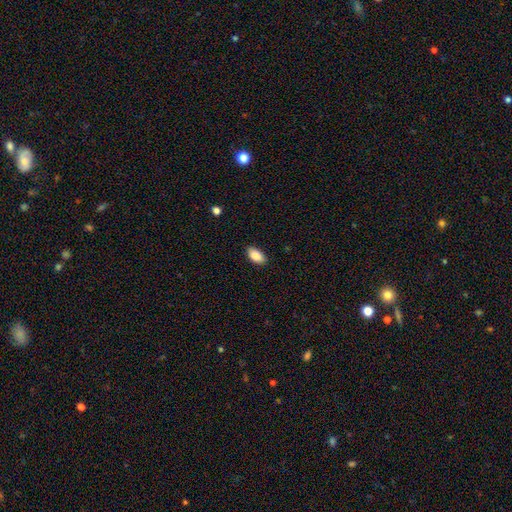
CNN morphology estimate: Q: Smooth or featured?
A: smooth (90%); runner-up: star or artifact (7%)
Q: How rounded?
A: in between (94%); runner-up: round (3%)
Q: Merging?
A: none (86%); runner-up: minor disturbance (10%)